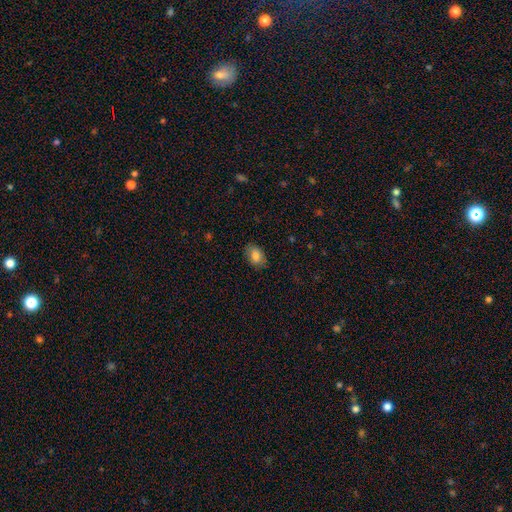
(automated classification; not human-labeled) smooth_or_featured: smooth (p=0.84) [alt: featured or disk p=0.08]
how_rounded: in between (p=0.84) [alt: round p=0.14]
merging: none (p=0.83) [alt: minor disturbance p=0.13]